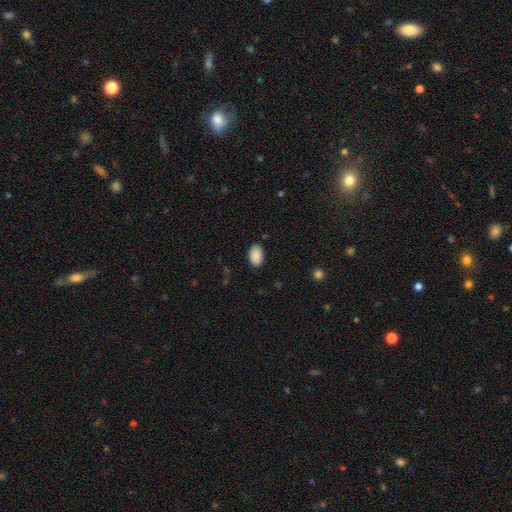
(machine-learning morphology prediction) smooth 90%, star or artifact 7%, featured or disk 3%. Down the decision tree: how rounded — in between (92%); merging — none (87%).